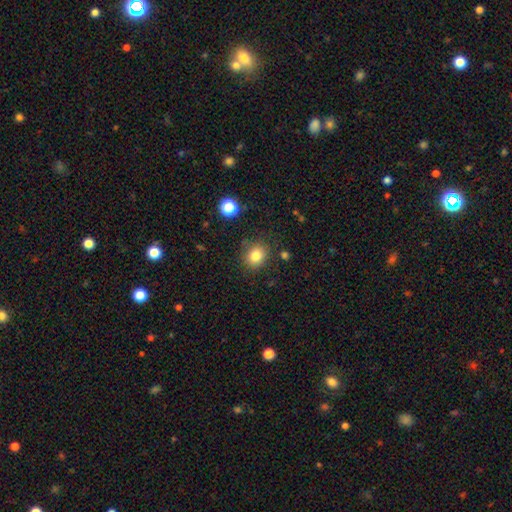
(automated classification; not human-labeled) Smooth or featured? smooth (82%)
How rounded? round (70%)
Merging? none (83%)